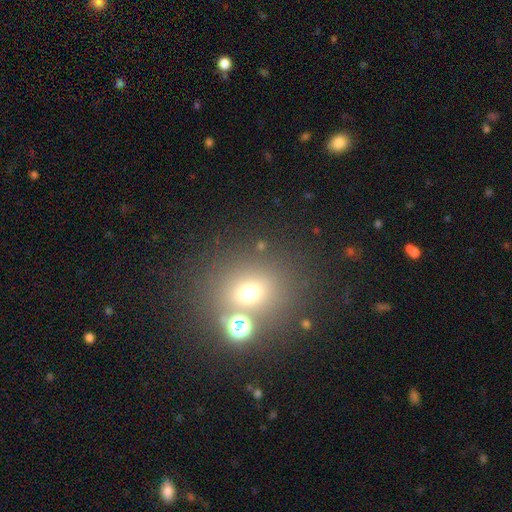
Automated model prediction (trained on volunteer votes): The model was most divided on "smooth or featured": smooth: 55%, star or artifact: 31%, featured or disk: 14%. More confident: how rounded — round (74%); merging — none (64%).